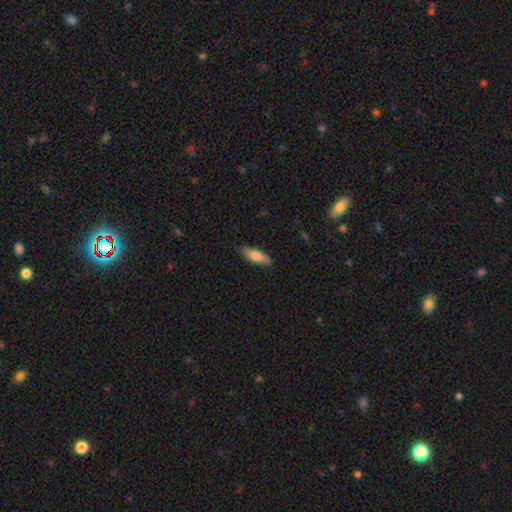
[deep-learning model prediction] Smooth or featured? Predicted: smooth (p=0.80). How rounded? Predicted: in between (p=0.63). Merging? Predicted: none (p=0.82).